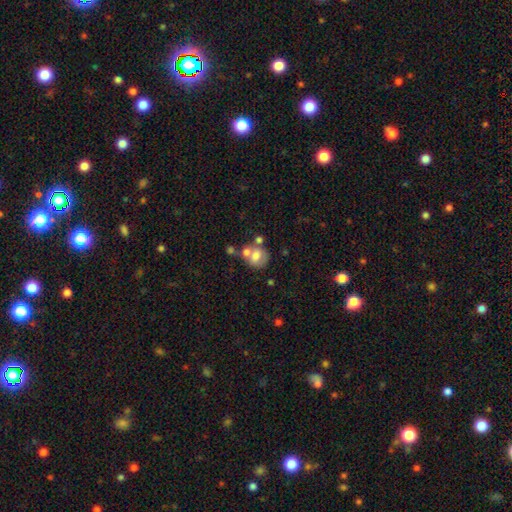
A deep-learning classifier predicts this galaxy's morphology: The model was most divided on "merging": none: 40%, merger: 36%, minor disturbance: 15%, major disturbance: 9%. More confident: how rounded — round (72%); smooth or featured — smooth (65%).